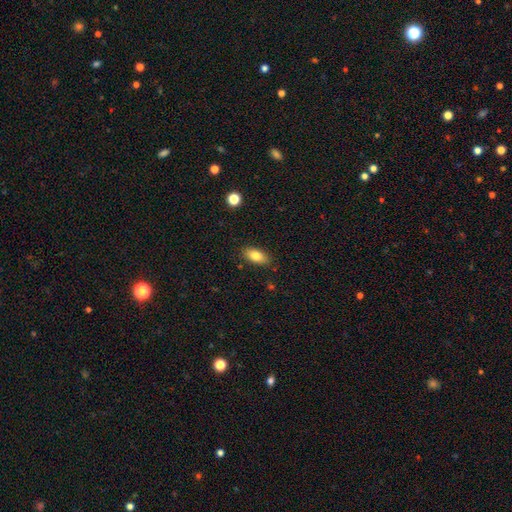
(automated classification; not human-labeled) smooth_or_featured: smooth (p=0.82) [alt: featured or disk p=0.11]
how_rounded: in between (p=0.88) [alt: cigar-shaped p=0.08]
merging: none (p=0.85) [alt: minor disturbance p=0.11]